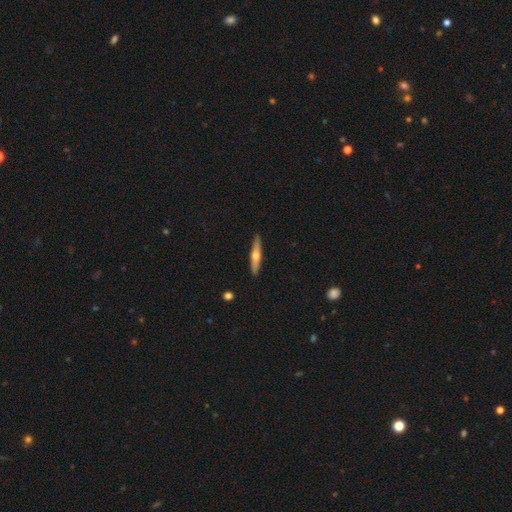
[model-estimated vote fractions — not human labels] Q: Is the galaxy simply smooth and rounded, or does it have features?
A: featured or disk — 49%.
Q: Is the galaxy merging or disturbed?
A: none — 90%.